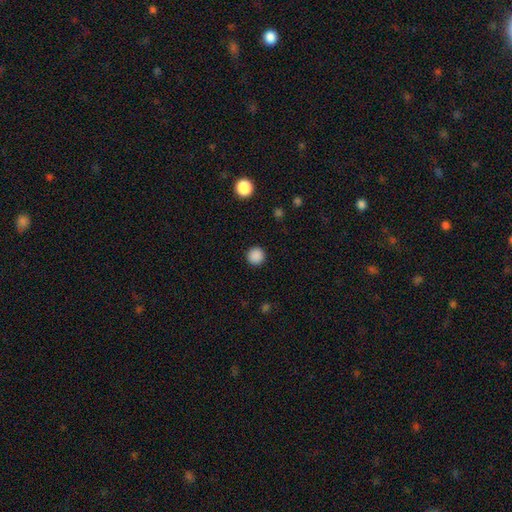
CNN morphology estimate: This appears to be a smooth galaxy with no disk features (88%) that is round (96%). Merging: none (92%).